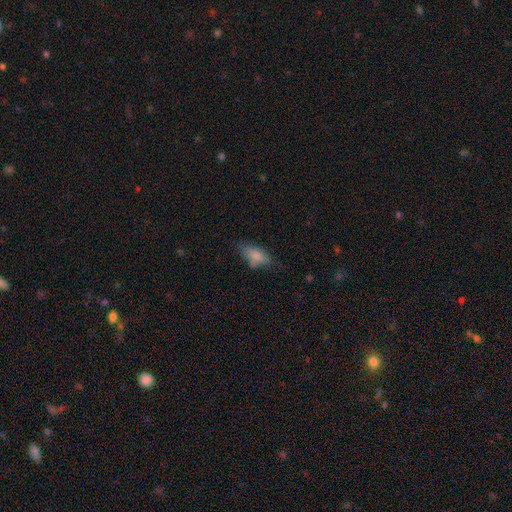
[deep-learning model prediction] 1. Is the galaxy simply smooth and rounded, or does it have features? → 78% smooth, 13% featured or disk, 9% star or artifact.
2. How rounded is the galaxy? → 84% in between, 13% cigar-shaped, 3% round.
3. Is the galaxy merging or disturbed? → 49% none, 32% minor disturbance, 13% major disturbance, 6% merger.